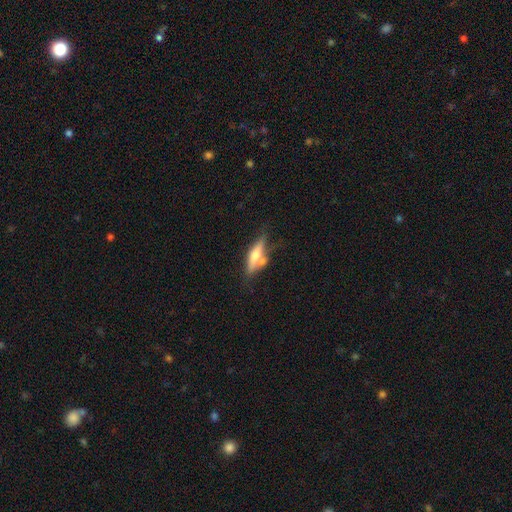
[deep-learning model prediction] This appears to be a featured or disk galaxy (49%). Merging: none (47%).